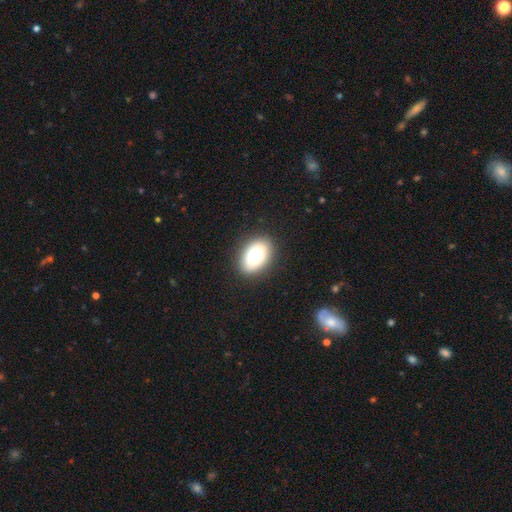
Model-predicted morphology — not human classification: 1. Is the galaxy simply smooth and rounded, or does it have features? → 81% smooth, 11% featured or disk, 8% star or artifact.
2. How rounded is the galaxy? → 88% in between, 11% round, 2% cigar-shaped.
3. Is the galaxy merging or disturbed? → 88% none, 8% minor disturbance, 2% major disturbance, 1% merger.